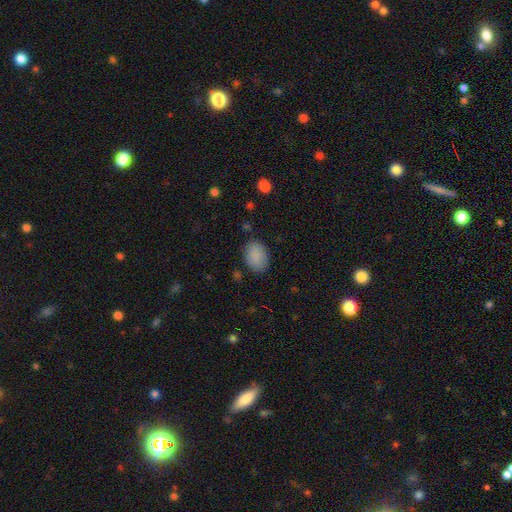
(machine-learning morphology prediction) type=smooth (88%); roundness=in between (77%); merging=none (83%).